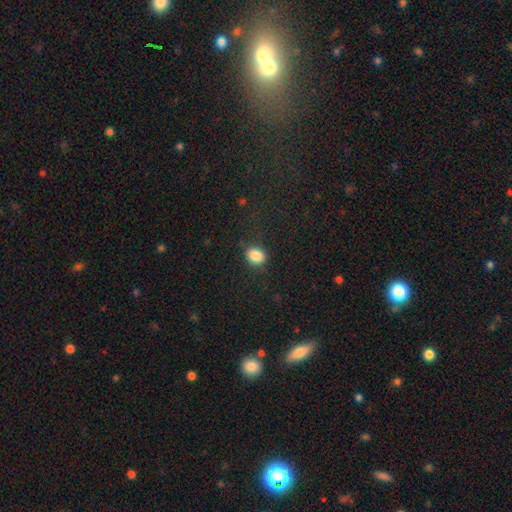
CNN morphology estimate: A smooth galaxy with no disk features (86%) that is round (52%).

Vote fractions:
- Smooth or featured? smooth: 86% / star or artifact: 10% / featured or disk: 4%
- How rounded? round: 52% / in between: 47% / cigar-shaped: 1%
- Merging? none: 82% / minor disturbance: 13% / major disturbance: 4% / merger: 1%